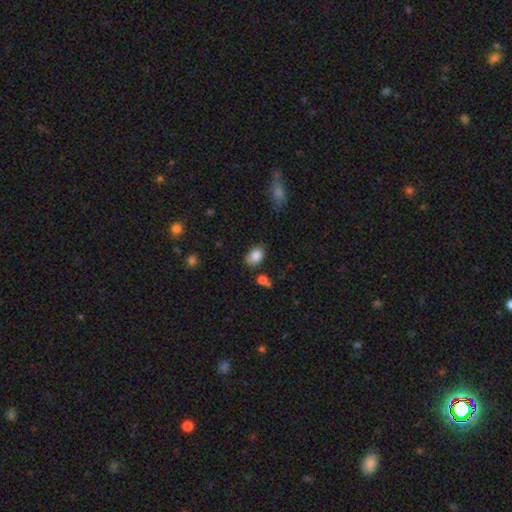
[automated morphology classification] smooth-or-featured: smooth: 85% | star or artifact: 9% | featured or disk: 7%
  how-rounded: in between: 78% | round: 21% | cigar-shaped: 1%
  merging: none: 67% | minor disturbance: 23% | merger: 6% | major disturbance: 5%